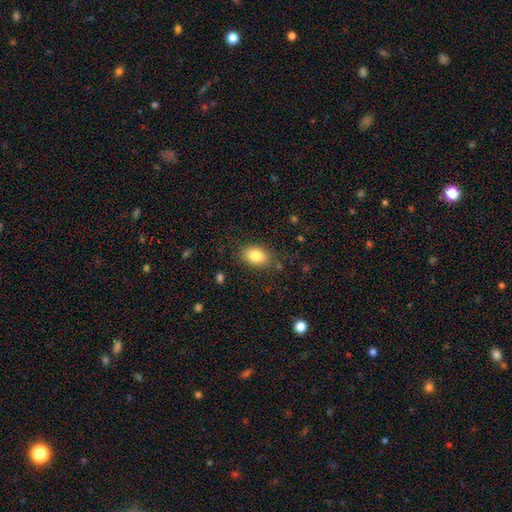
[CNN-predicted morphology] The model was most divided on "merging": none: 81%, minor disturbance: 13%, major disturbance: 4%, merger: 2%. More confident: how rounded — in between (87%); smooth or featured — smooth (85%).